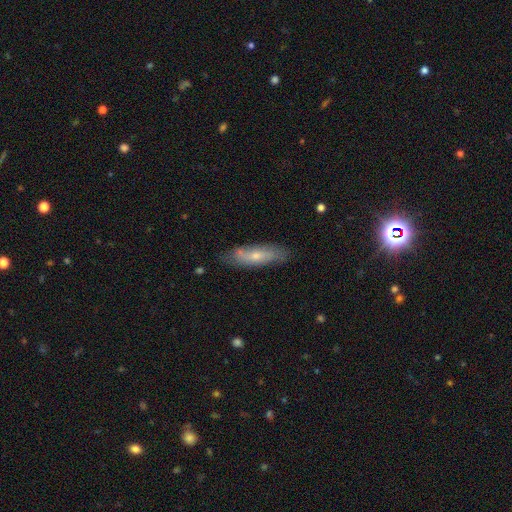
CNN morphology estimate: The model was most divided on "smooth or featured": smooth: 47%, featured or disk: 46%, star or artifact: 6%. More confident: merging — none (77%).